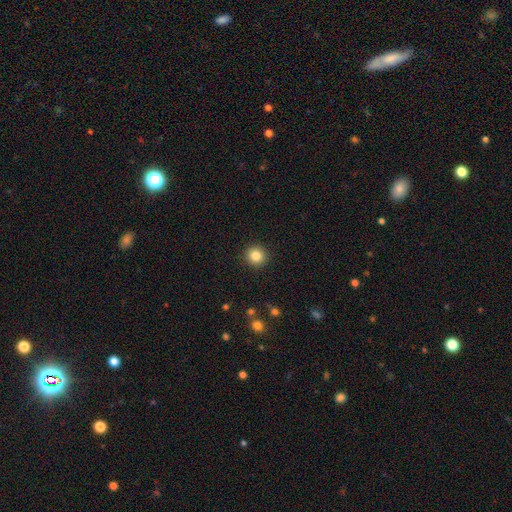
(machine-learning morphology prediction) Smooth or featured: smooth — 84% (star or artifact — 10%)
How rounded: round — 93% (in between — 6%)
Merging: none — 92% (minor disturbance — 5%)